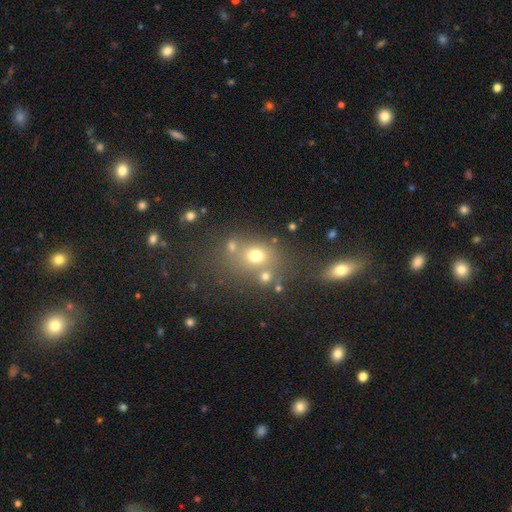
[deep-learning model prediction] The model was most divided on "how rounded": round: 56%, in between: 43%, cigar-shaped: 1%. More confident: smooth or featured — smooth (65%); merging — none (58%).